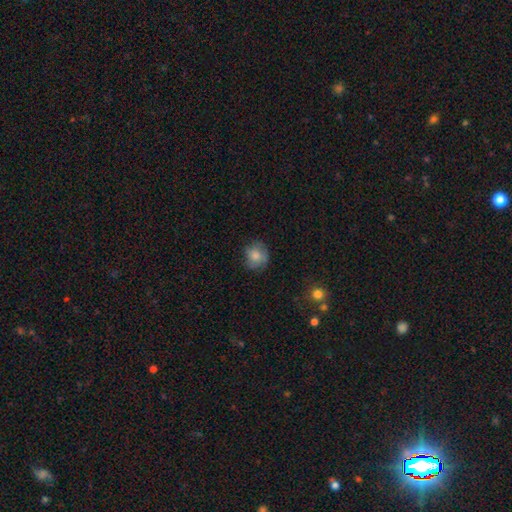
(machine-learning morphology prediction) Overall: smooth (78%). How rounded: round (82%). Merging: none (71%).